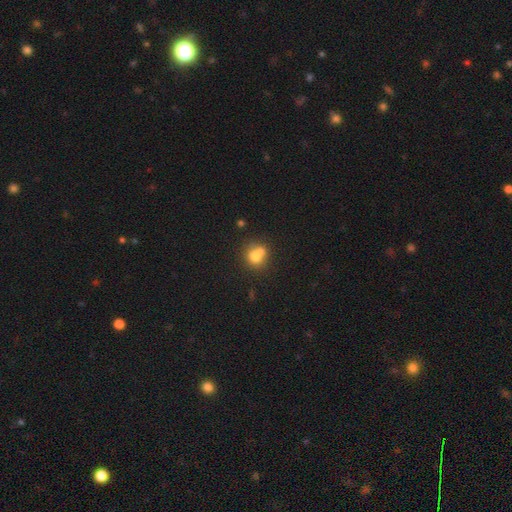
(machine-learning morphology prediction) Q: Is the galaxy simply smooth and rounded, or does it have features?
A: smooth — 72%.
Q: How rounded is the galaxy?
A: round — 81%.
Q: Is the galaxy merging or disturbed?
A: merger — 46%.